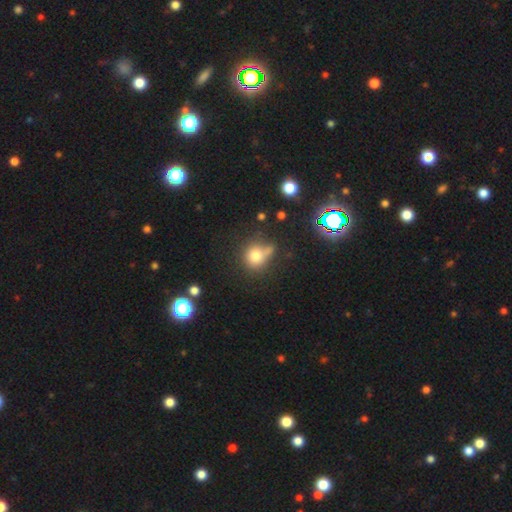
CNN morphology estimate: smooth_or_featured: smooth (p=0.73) [alt: star or artifact p=0.16]
how_rounded: round (p=0.79) [alt: in between p=0.20]
merging: none (p=0.50) [alt: minor disturbance p=0.24]